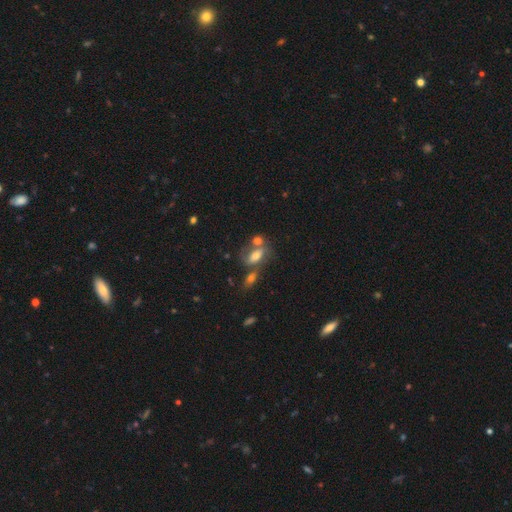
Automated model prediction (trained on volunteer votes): smooth 56%, featured or disk 34%, star or artifact 11%. Down the decision tree: how rounded — in between (81%); merging — merger (41%).